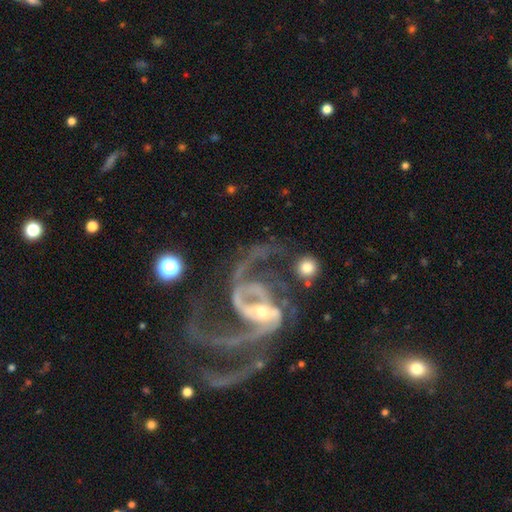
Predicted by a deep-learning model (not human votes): smooth-or-featured: featured or disk: 91% | star or artifact: 6% | smooth: 3%
  disk-edge-on: no: 98% | yes: 2%
    bar: strong: 40% | weak: 38% | no: 22%
    has-spiral-arms: yes: 97% | no: 3%
      spiral-winding: medium: 52% | loose: 34% | tight: 15%
      spiral-arm-count: 2: 57% | 3: 18% | can't tell: 8% | 1: 6% | 4: 6% | more than 4: 5%
    bulge-size: small: 64% | moderate: 29% | none: 3% | large: 2% | dominant: 1%
  merging: none: 37% | major disturbance: 36% | minor disturbance: 16% | merger: 11%